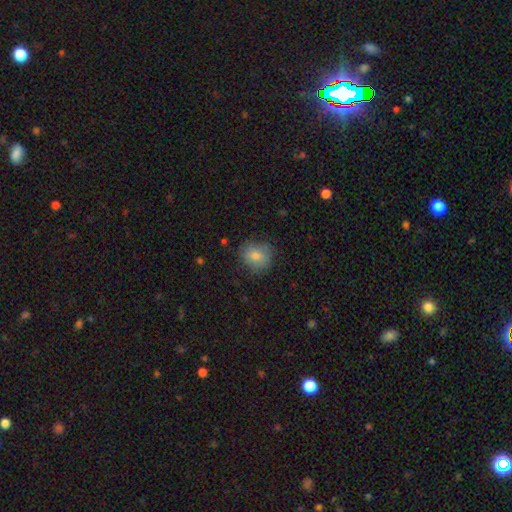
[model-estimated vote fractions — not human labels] A smooth galaxy with no disk features (80%) that is round (73%).

Vote fractions:
- Smooth or featured? smooth: 80% / featured or disk: 11% / star or artifact: 9%
- How rounded? round: 73% / in between: 26% / cigar-shaped: 1%
- Merging? none: 74% / minor disturbance: 19% / major disturbance: 5% / merger: 1%